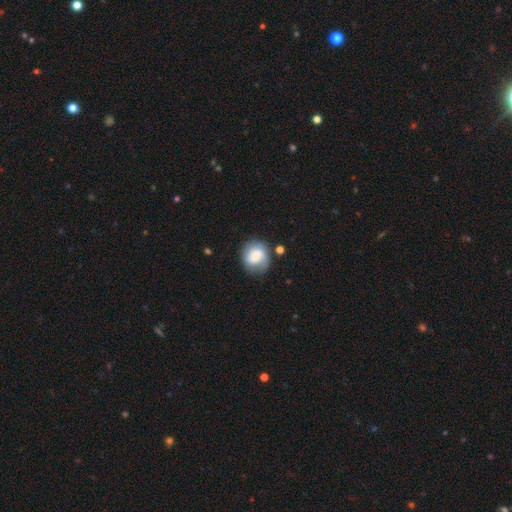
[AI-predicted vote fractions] Overall: smooth (55%; featured or disk 37%). How rounded: round (76%). Merging: none (65%).